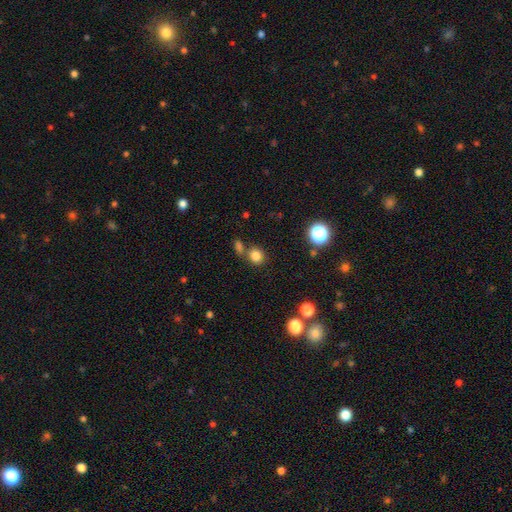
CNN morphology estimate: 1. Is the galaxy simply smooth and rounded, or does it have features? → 81% smooth, 14% star or artifact, 6% featured or disk.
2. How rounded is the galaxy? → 76% round, 23% in between, 1% cigar-shaped.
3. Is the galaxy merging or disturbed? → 68% none, 19% merger, 10% minor disturbance, 4% major disturbance.